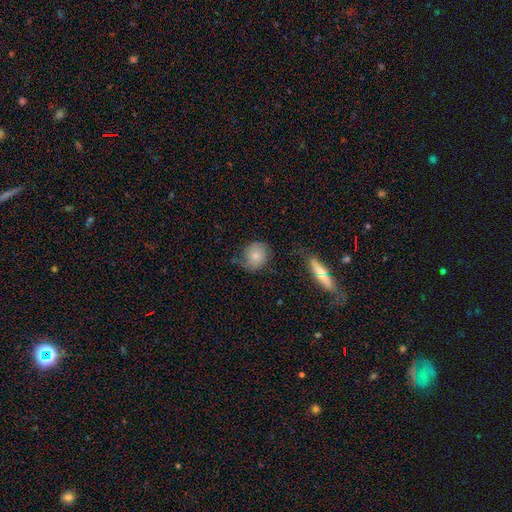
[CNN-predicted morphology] Smooth or featured?
  - smooth: 74% *
  - featured or disk: 17%
  - star or artifact: 8%
How rounded?
  - round: 78% *
  - in between: 20%
  - cigar-shaped: 1%
Merging?
  - none: 61% *
  - minor disturbance: 26%
  - major disturbance: 10%
  - merger: 4%